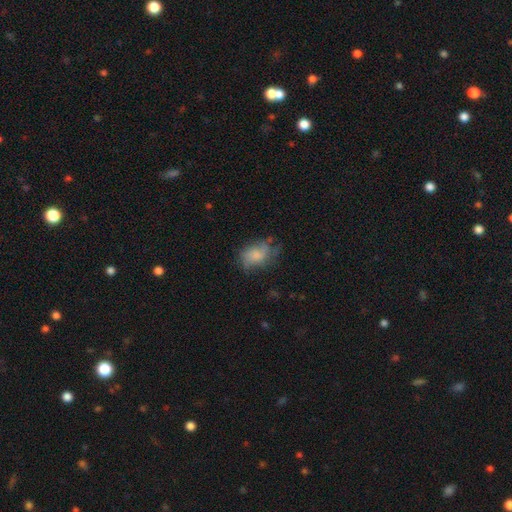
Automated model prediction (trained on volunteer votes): Smooth or featured?
  - smooth: 66% *
  - featured or disk: 24%
  - star or artifact: 9%
How rounded?
  - in between: 81% *
  - round: 17%
  - cigar-shaped: 2%
Merging?
  - none: 50% *
  - minor disturbance: 30%
  - major disturbance: 17%
  - merger: 2%